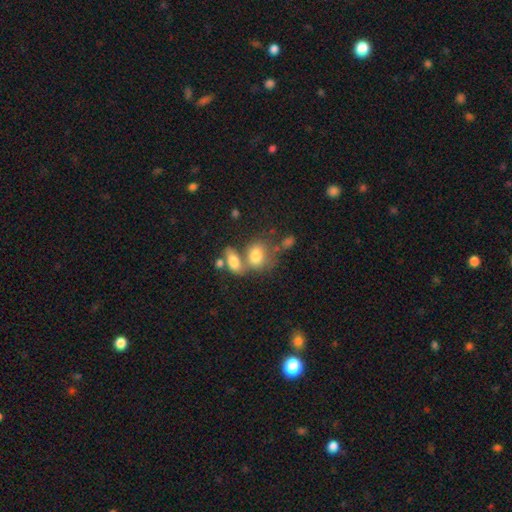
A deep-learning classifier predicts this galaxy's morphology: Smooth or featured?
  - smooth: 76% *
  - featured or disk: 15%
  - star or artifact: 9%
How rounded?
  - in between: 62% *
  - round: 36%
  - cigar-shaped: 2%
Merging?
  - merger: 49% *
  - none: 33%
  - minor disturbance: 11%
  - major disturbance: 7%